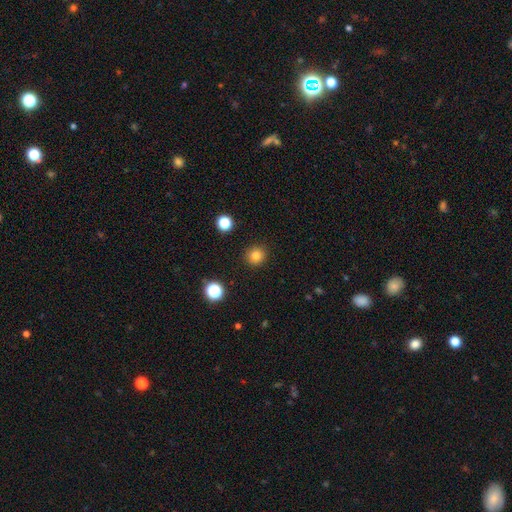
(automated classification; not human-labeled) Smooth or featured? smooth (82%)
How rounded? round (93%)
Merging? none (91%)